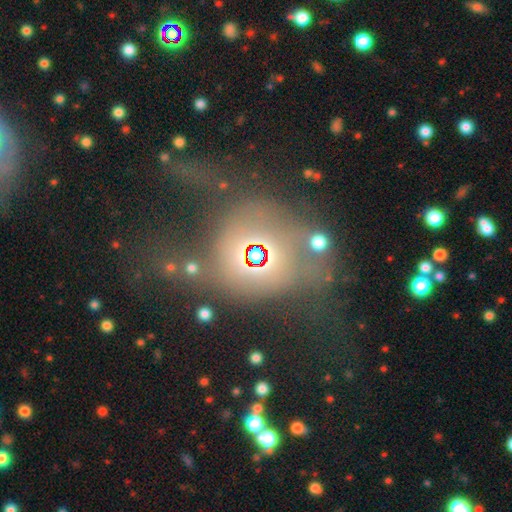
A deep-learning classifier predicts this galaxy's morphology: A star or artifact, not a galaxy (52%).